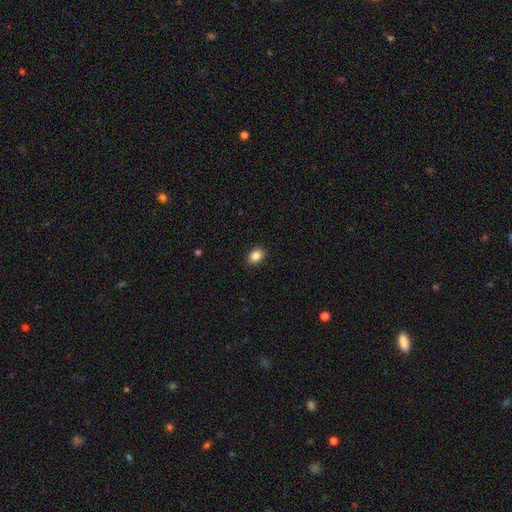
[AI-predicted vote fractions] Q: Smooth or featured?
A: smooth (86%); runner-up: star or artifact (9%)
Q: How rounded?
A: in between (70%); runner-up: round (28%)
Q: Merging?
A: none (89%); runner-up: minor disturbance (8%)